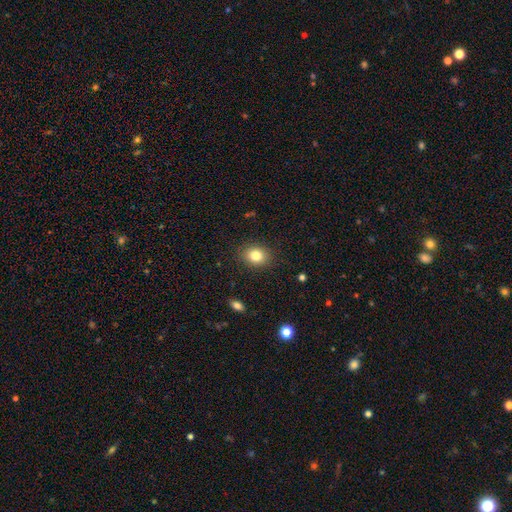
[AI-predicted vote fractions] The model was most divided on "how rounded": round: 53%, in between: 46%, cigar-shaped: 1%. More confident: merging — none (87%); smooth or featured — smooth (81%).